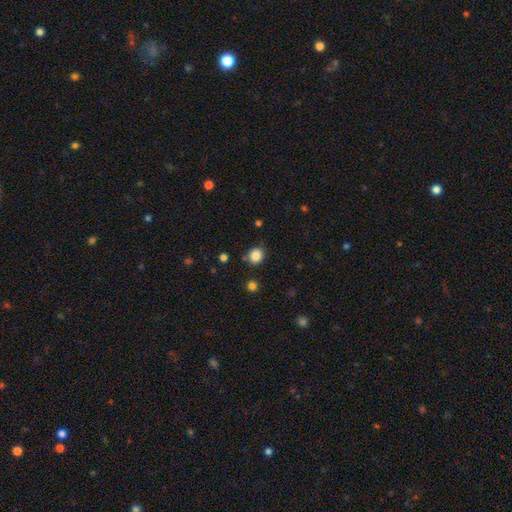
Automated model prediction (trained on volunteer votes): Smooth or featured? Predicted: smooth (p=0.86). How rounded? Predicted: round (p=0.74). Merging? Predicted: none (p=0.83).